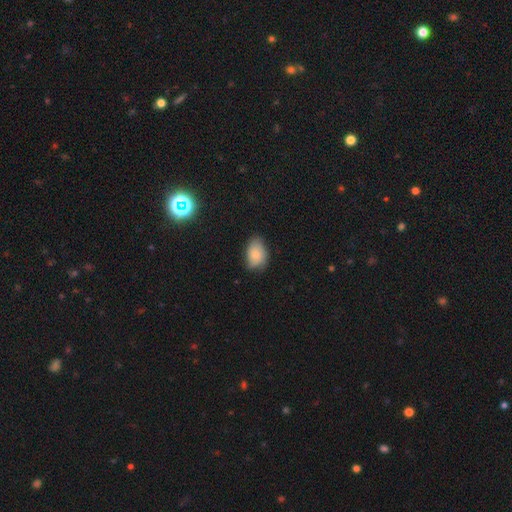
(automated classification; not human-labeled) Morphology: type=smooth (76%); roundness=in between (84%); merging=none (64%).